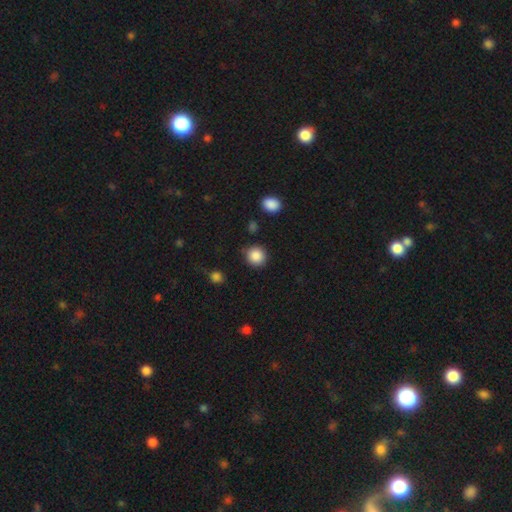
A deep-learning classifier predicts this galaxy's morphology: Q: Smooth or featured?
A: smooth (88%); runner-up: star or artifact (9%)
Q: How rounded?
A: round (89%); runner-up: in between (10%)
Q: Merging?
A: none (85%); runner-up: minor disturbance (10%)